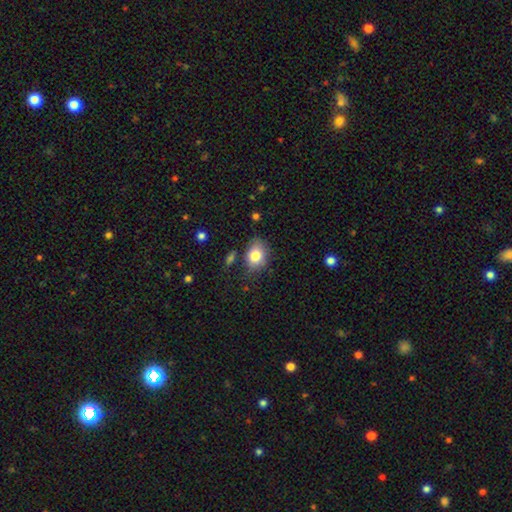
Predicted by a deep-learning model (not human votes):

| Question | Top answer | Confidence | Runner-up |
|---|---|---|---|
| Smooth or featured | smooth | 80% | featured or disk (12%) |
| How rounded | in between | 66% | round (33%) |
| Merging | none | 67% | minor disturbance (23%) |